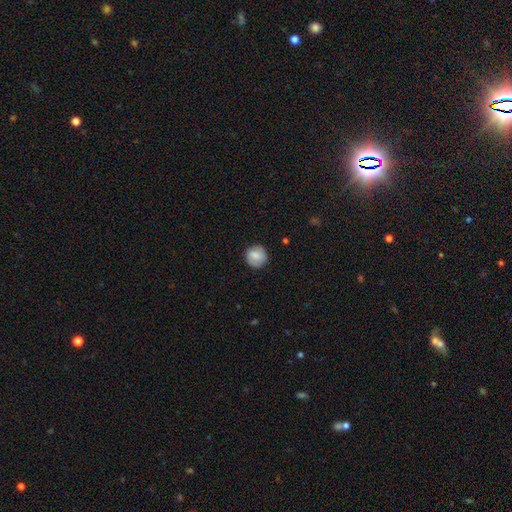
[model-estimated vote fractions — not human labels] The model was most divided on "smooth or featured": smooth: 76%, featured or disk: 17%, star or artifact: 7%. More confident: how rounded — round (89%); merging — none (85%).